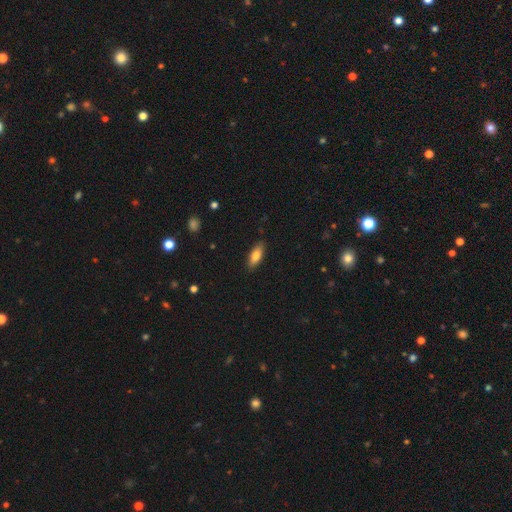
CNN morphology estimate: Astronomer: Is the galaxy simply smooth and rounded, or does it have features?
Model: smooth — 79%.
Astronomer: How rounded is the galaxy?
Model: in between — 72%.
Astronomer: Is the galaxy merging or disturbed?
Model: none — 87%.